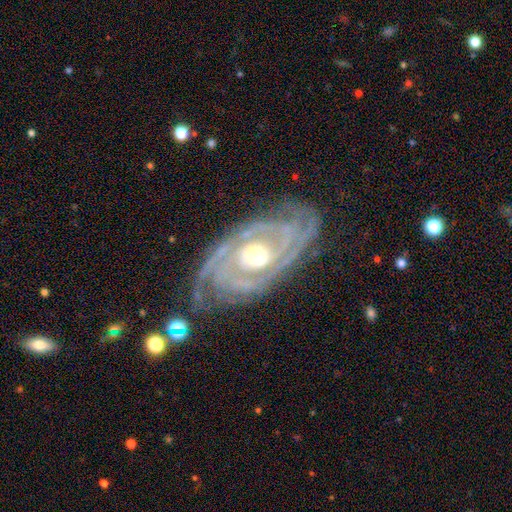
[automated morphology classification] Smooth or featured? Predicted: featured or disk (p=0.91). Edge-on disk? Predicted: no (p=0.95). Bar? Predicted: no (p=0.59). Spiral arms? Predicted: yes (p=0.97). Spiral winding? Predicted: tight (p=0.68). Spiral arm count? Predicted: 2 (p=0.43). Bulge size? Predicted: moderate (p=0.71). Merging? Predicted: none (p=0.74).